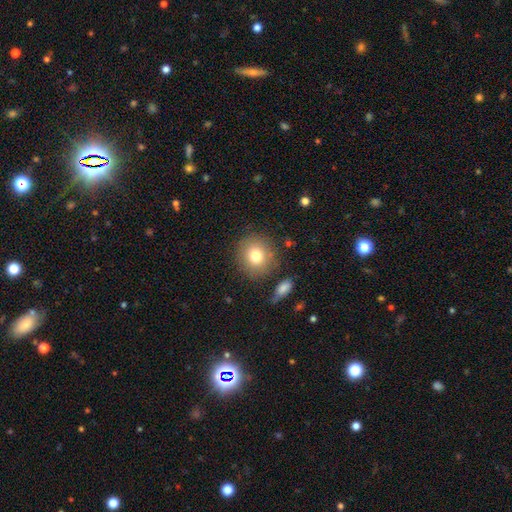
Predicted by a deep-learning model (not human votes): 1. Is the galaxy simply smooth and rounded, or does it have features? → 78% smooth, 12% featured or disk, 10% star or artifact.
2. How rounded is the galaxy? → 86% round, 13% in between, 1% cigar-shaped.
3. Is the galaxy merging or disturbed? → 82% none, 11% minor disturbance, 4% major disturbance, 4% merger.